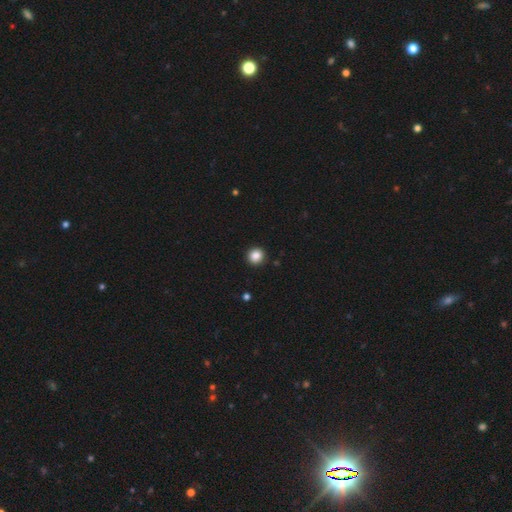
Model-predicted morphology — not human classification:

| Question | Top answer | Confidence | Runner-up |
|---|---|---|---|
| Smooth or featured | smooth | 86% | star or artifact (10%) |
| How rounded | round | 92% | in between (7%) |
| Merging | none | 93% | minor disturbance (4%) |